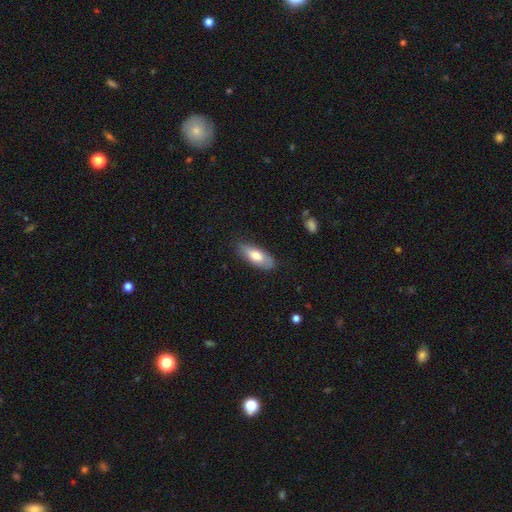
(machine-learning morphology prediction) Q: Smooth or featured?
A: smooth (71%); runner-up: featured or disk (23%)
Q: How rounded?
A: in between (79%); runner-up: cigar-shaped (19%)
Q: Merging?
A: none (77%); runner-up: minor disturbance (19%)